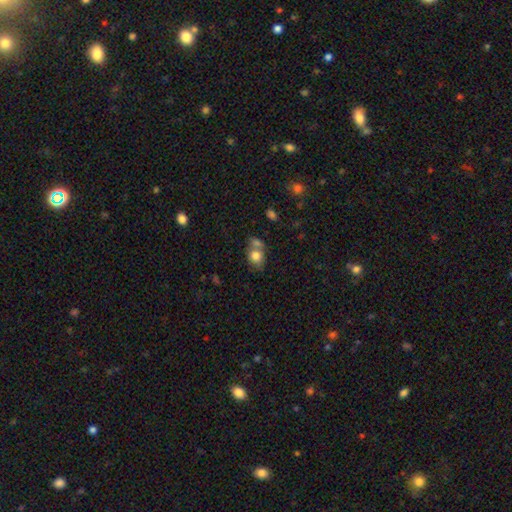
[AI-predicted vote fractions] A smooth galaxy with no disk features (79%) that is round (50%).

Vote fractions:
- Smooth or featured? smooth: 79% / featured or disk: 12% / star or artifact: 9%
- How rounded? round: 50% / in between: 48% / cigar-shaped: 1%
- Merging? none: 42% / merger: 39% / minor disturbance: 14% / major disturbance: 6%